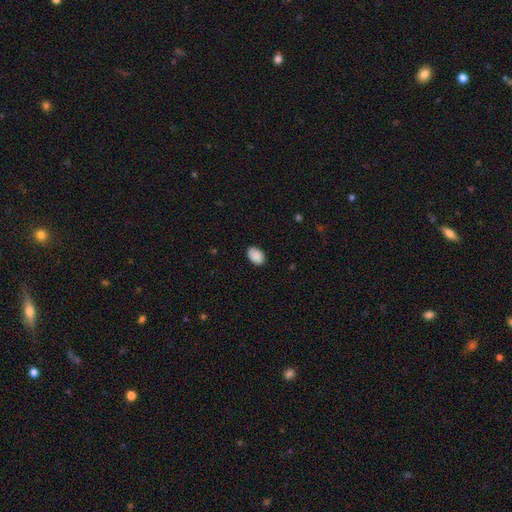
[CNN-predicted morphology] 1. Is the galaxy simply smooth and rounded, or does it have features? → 90% smooth, 6% star or artifact, 4% featured or disk.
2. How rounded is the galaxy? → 88% in between, 11% round, 1% cigar-shaped.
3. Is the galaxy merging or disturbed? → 86% none, 11% minor disturbance, 2% major disturbance, 1% merger.